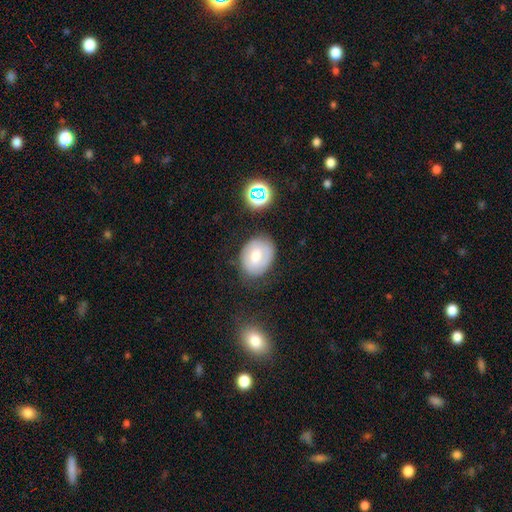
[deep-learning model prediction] Smooth or featured: smooth — 56% (featured or disk — 34%)
How rounded: in between — 54% (round — 45%)
Merging: none — 72% (minor disturbance — 19%)